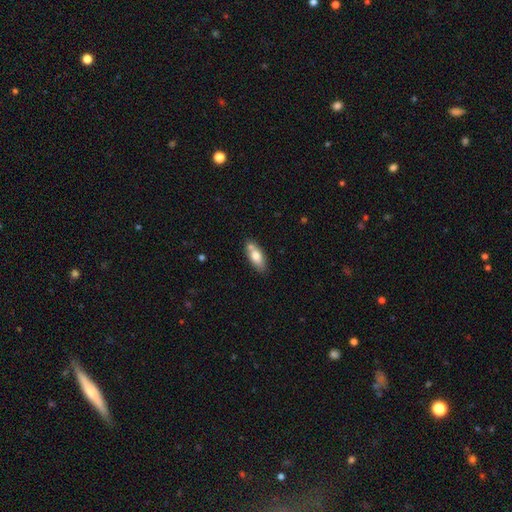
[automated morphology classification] Q: Smooth or featured?
A: smooth (73%); runner-up: featured or disk (20%)
Q: How rounded?
A: in between (77%); runner-up: cigar-shaped (20%)
Q: Merging?
A: none (67%); runner-up: minor disturbance (15%)